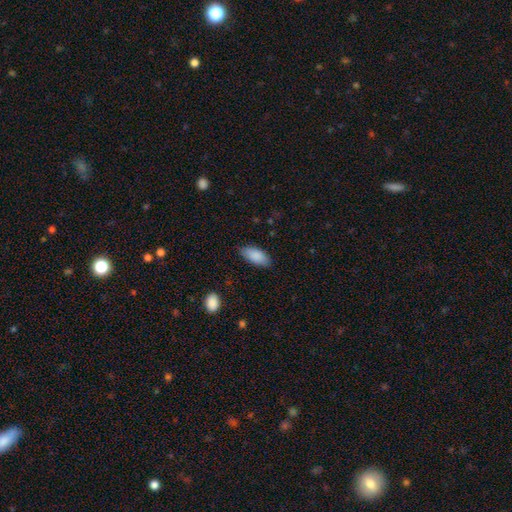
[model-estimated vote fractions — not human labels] Smooth or featured?
  - smooth: 89% *
  - star or artifact: 6%
  - featured or disk: 5%
How rounded?
  - in between: 88% *
  - cigar-shaped: 10%
  - round: 2%
Merging?
  - none: 84% *
  - minor disturbance: 12%
  - major disturbance: 3%
  - merger: 1%